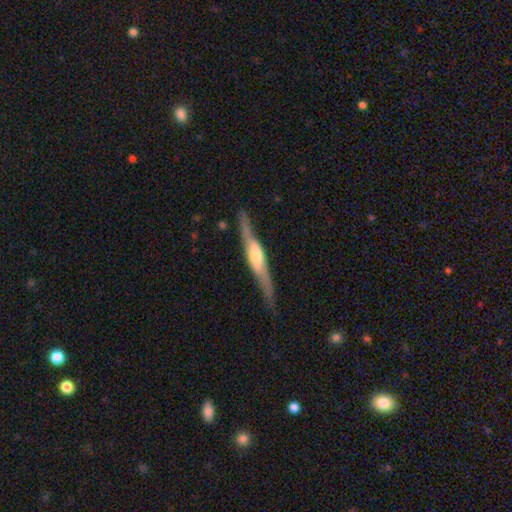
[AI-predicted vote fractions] Smooth or featured? featured or disk (75%)
Edge-on disk? yes (92%)
Edge-on bulge? rounded (69%)
Merging? none (82%)